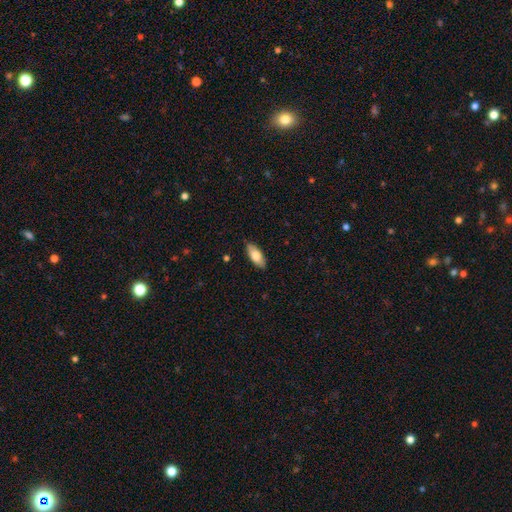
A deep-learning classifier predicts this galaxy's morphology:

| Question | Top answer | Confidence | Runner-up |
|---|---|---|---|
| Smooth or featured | smooth | 77% | featured or disk (18%) |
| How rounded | in between | 79% | cigar-shaped (19%) |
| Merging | none | 85% | minor disturbance (12%) |